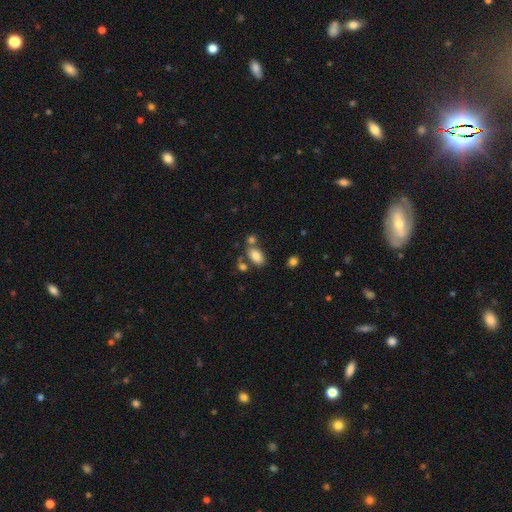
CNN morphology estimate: Smooth or featured? smooth (83%)
How rounded? in between (92%)
Merging? none (59%)